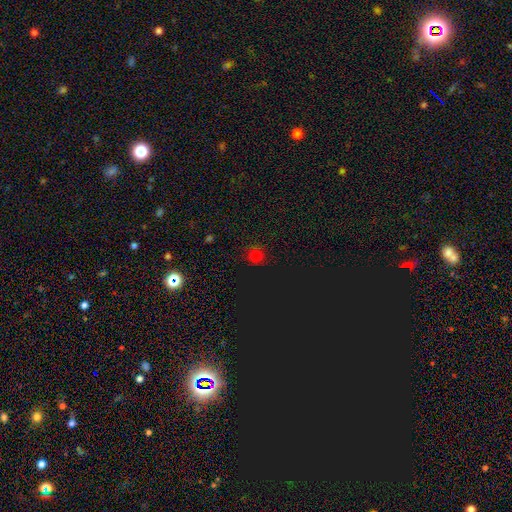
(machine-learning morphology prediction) Smooth or featured: smooth — 66% (star or artifact — 29%)
How rounded: round — 89% (in between — 9%)
Merging: none — 82% (minor disturbance — 12%)